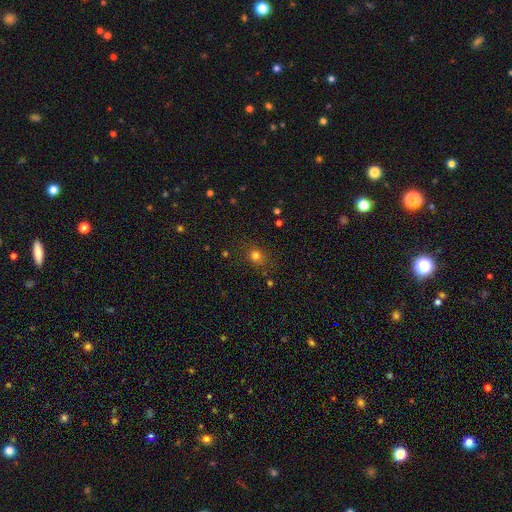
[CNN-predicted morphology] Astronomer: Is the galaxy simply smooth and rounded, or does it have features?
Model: smooth — 75%.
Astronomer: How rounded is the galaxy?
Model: round — 74%.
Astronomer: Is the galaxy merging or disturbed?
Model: none — 81%.